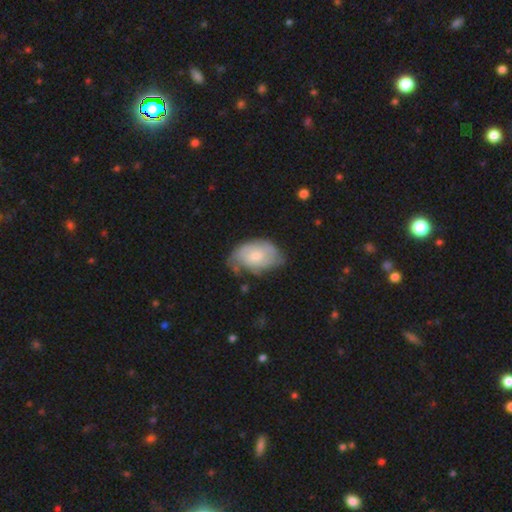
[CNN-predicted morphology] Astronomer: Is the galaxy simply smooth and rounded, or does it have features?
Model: featured or disk — 59% (runner-up: smooth, 35%).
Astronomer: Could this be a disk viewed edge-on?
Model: no — 96%.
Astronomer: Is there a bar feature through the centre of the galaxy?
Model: no — 71%.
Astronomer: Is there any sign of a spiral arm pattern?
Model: yes — 82%.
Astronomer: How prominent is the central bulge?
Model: small — 51% (runner-up: moderate, 42%).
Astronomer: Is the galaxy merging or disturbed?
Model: none — 55% (runner-up: minor disturbance, 31%).